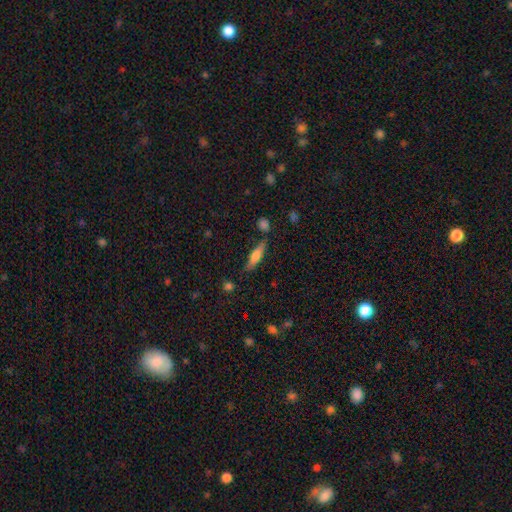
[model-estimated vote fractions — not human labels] The model was most divided on "smooth or featured": smooth: 62%, featured or disk: 31%, star or artifact: 7%. More confident: merging — none (77%); how rounded — cigar-shaped (70%).